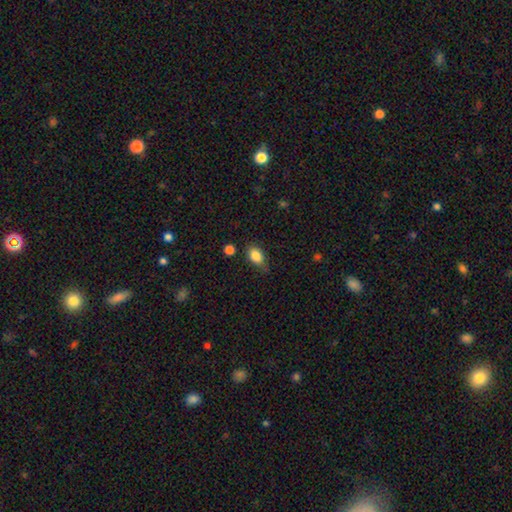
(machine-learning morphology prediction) A smooth galaxy with no disk features (86%) that is in between round and cigar-shaped (84%). Merging: none (69%).